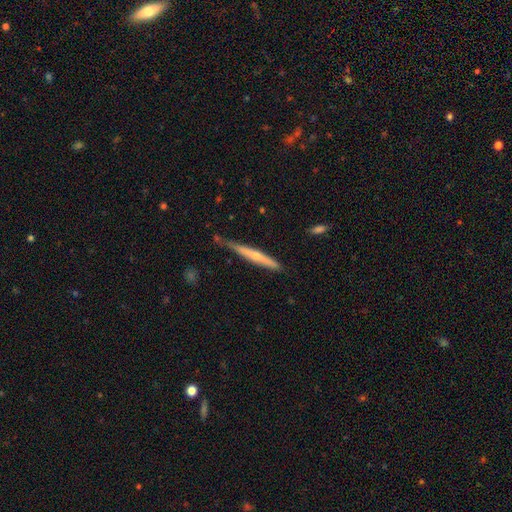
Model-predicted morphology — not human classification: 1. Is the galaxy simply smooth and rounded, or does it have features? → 64% featured or disk, 27% smooth, 8% star or artifact.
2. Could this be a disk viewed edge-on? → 96% yes, 4% no.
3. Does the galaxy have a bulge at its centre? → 66% rounded, 27% none, 7% boxy.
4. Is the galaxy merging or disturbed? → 79% none, 16% minor disturbance, 3% major disturbance, 2% merger.